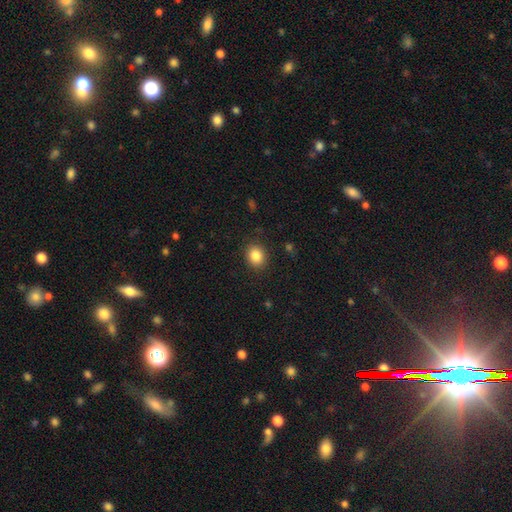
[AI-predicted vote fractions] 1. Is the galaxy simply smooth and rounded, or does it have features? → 86% smooth, 10% star or artifact, 5% featured or disk.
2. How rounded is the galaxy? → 63% round, 36% in between, 1% cigar-shaped.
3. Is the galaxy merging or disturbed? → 88% none, 8% minor disturbance, 3% major disturbance, 1% merger.